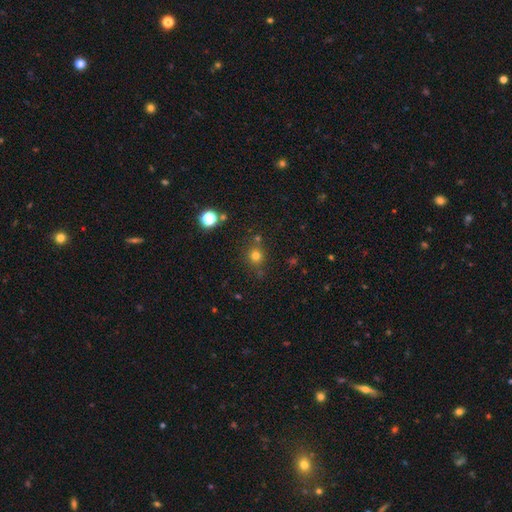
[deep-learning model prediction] A smooth galaxy with no disk features (74%) that is round (87%).

Vote fractions:
- Smooth or featured? smooth: 74% / star or artifact: 19% / featured or disk: 7%
- How rounded? round: 87% / in between: 12% / cigar-shaped: 1%
- Merging? none: 77% / minor disturbance: 11% / merger: 8% / major disturbance: 4%